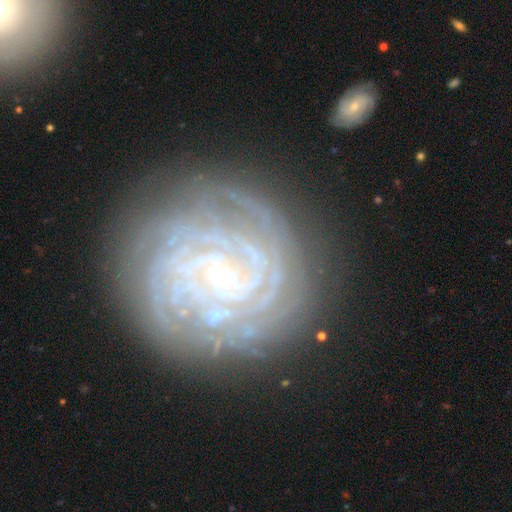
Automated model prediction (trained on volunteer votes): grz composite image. It shows a featured or disk galaxy (85%) with no bar (58%), more than 4 (22%) tight (77%) spiral arms (97%) and a small central bulge (80%). Merging: none (73%).